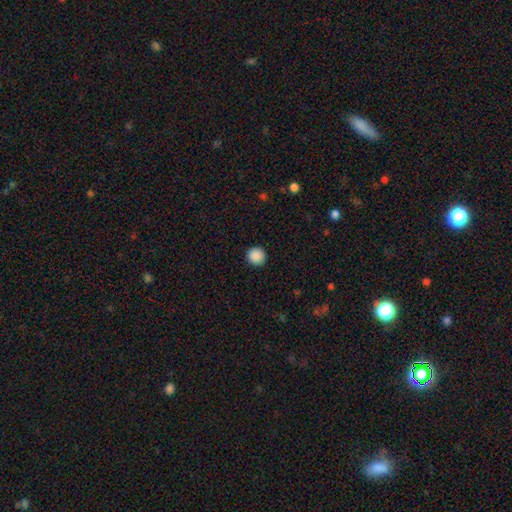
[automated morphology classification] type=smooth (89%); roundness=round (96%); merging=none (93%).